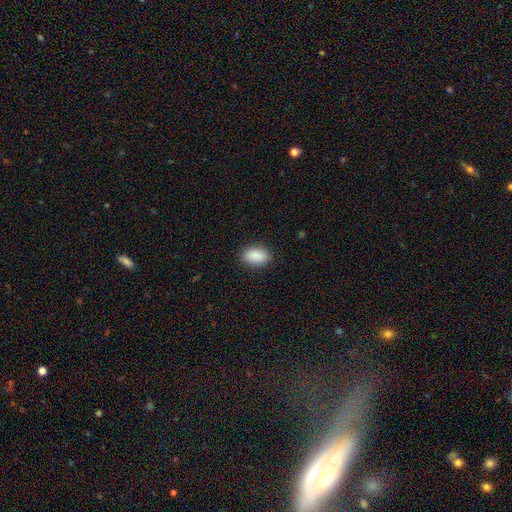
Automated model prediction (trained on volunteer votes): smooth_or_featured: smooth (p=0.90) [alt: star or artifact p=0.07]
how_rounded: in between (p=0.91) [alt: round p=0.07]
merging: none (p=0.88) [alt: minor disturbance p=0.08]